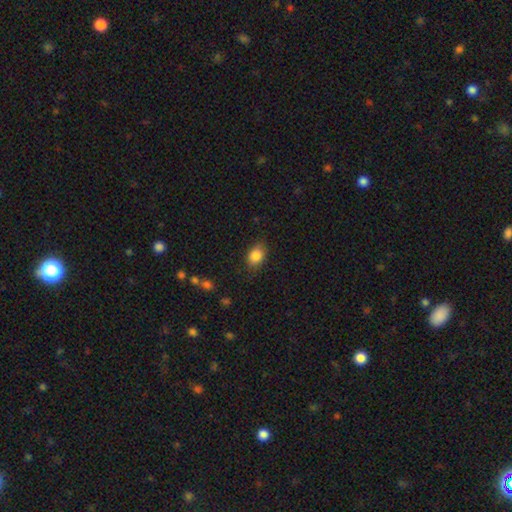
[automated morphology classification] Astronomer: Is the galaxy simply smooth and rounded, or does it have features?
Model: smooth — 86%.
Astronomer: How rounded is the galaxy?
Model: in between — 72%.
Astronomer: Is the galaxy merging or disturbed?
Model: none — 80%.